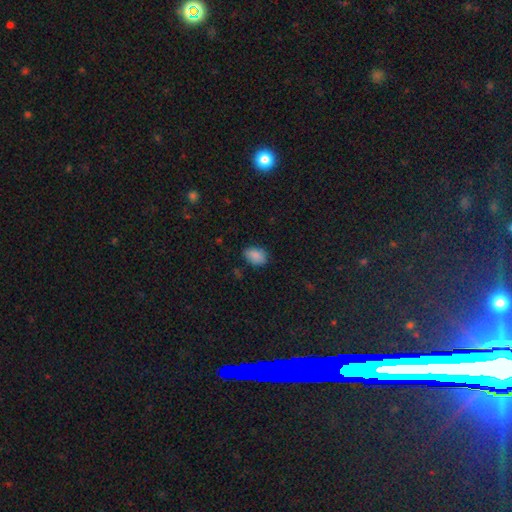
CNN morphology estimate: smooth 87%, star or artifact 8%, featured or disk 4%. Down the decision tree: how rounded — in between (84%); merging — none (79%).